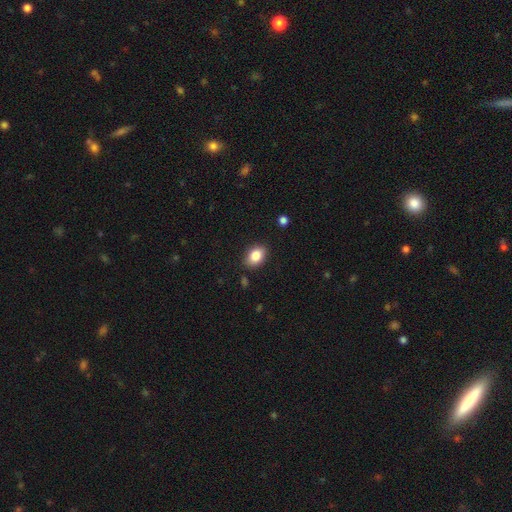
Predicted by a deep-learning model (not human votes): A smooth galaxy with no disk features (85%) that is in between round and cigar-shaped (80%). Merging: none (87%).